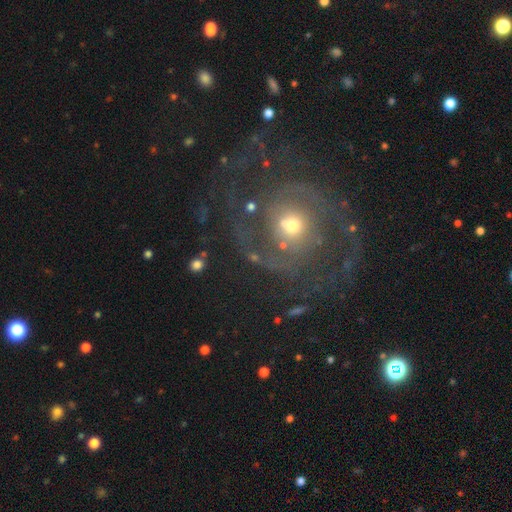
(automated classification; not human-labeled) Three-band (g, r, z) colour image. It shows a featured or disk galaxy (84%) with no bar (69%), 2 (68%) medium (43%, tied with tight) spiral arms (93%) and a moderate central bulge (48%). Merging: none (70%).